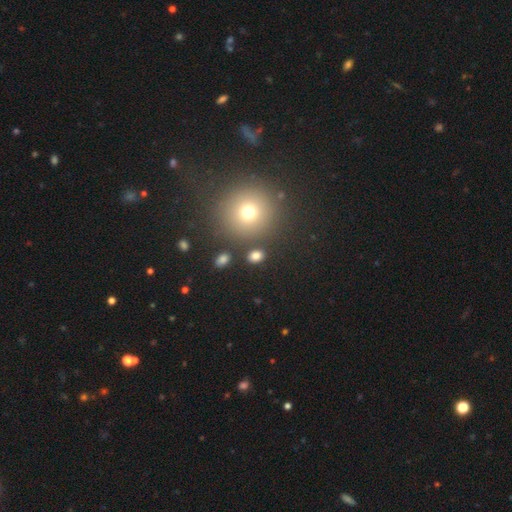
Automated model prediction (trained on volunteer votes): Q: Smooth or featured?
A: smooth (79%); runner-up: star or artifact (15%)
Q: How rounded?
A: in between (49%); tied with: round (49%)
Q: Merging?
A: none (83%); runner-up: minor disturbance (8%)